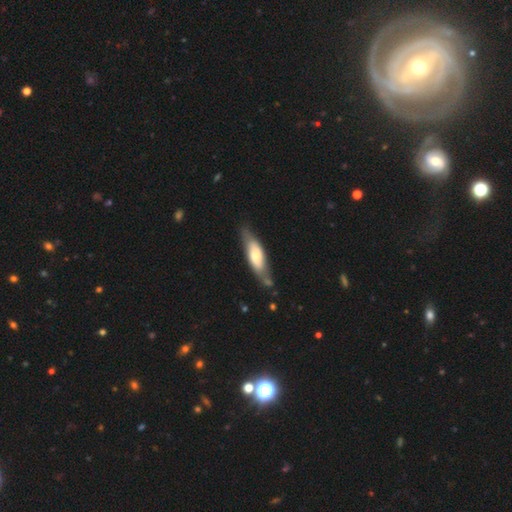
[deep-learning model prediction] Overall: smooth (55%; featured or disk 40%). How rounded: cigar-shaped (50%; in between 48%). Merging: none (67%).